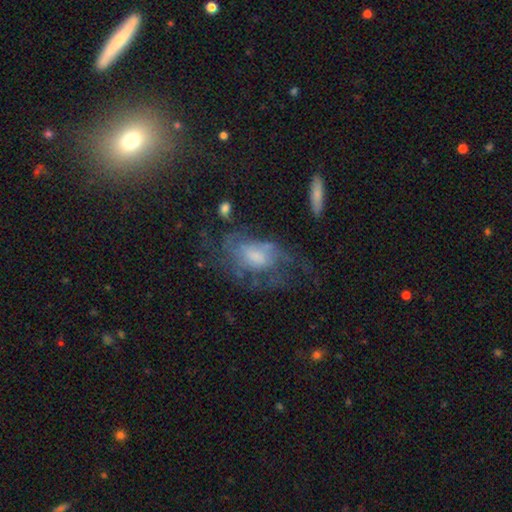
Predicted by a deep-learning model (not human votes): A featured or disk galaxy (68%) with no bar (61%), medium (42%) spiral arms (78%) and a moderate central bulge (36%).

Vote fractions:
- Smooth or featured? featured or disk: 68% / smooth: 22% / star or artifact: 10%
- Edge-on disk? no: 96% / yes: 4%
- Bar? no: 61% / weak: 32% / strong: 6%
- Spiral arms? yes: 78% / no: 22%
- Spiral winding? medium: 42% / loose: 30% / tight: 28%
- Spiral arm count? can't tell: 43% / 2: 23% / 3: 13% / 1: 8% / 4: 7% / more than 4: 5%
- Bulge size? moderate: 36% / small: 30% / large: 17% / none: 15% / dominant: 3%
- Merging? none: 43% / major disturbance: 33% / minor disturbance: 20% / merger: 4%